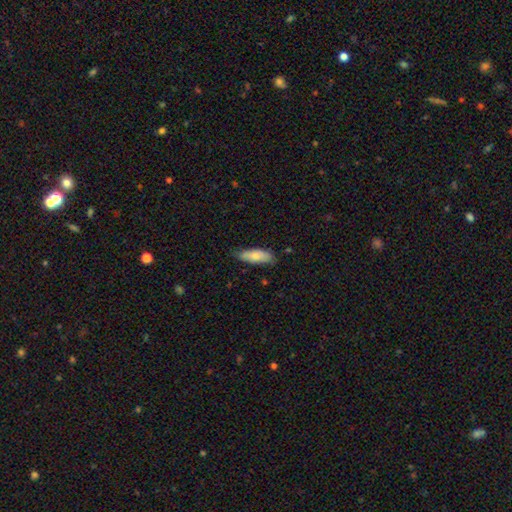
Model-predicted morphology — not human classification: This is likely a smooth galaxy (76%). How rounded: likely in between (68%). Merging: likely none (72%).